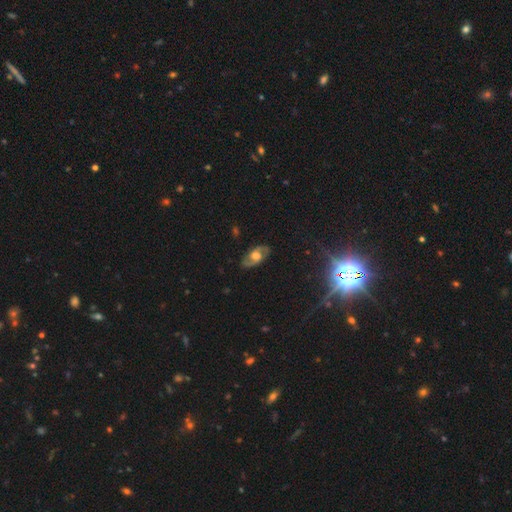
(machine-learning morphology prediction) Overall: featured or disk (69%). Edge-on disk: no (90%). Bar: no (60%; weak 33%). Spiral arms: yes (82%). Spiral arm count: 2 (87%). Spiral winding: medium (47%; loose 30%). Bulge size: moderate (51%; large 38%). Merging: none (82%).